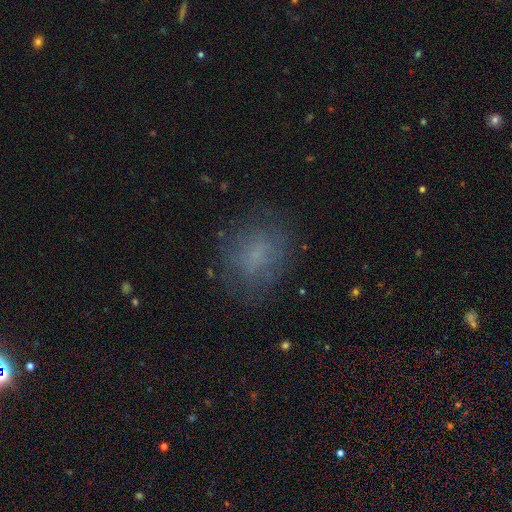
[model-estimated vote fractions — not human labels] Morphology: type=smooth (63%); roundness=in between (50%); merging=none (75%).